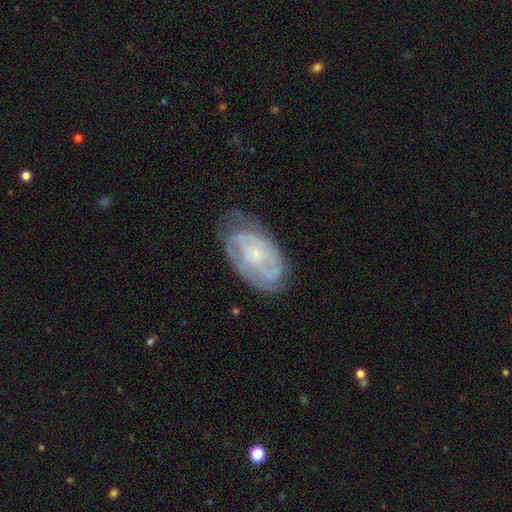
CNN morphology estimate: The model was most divided on "spiral arm count": can't tell: 37%, 2: 32%, 3: 15%, 4: 7%, 1: 5%, more than 4: 4%. More confident: edge-on disk — no (96%); spiral arms — yes (91%); smooth or featured — featured or disk (77%); merging — none (72%); bar — no (70%); spiral winding — tight (70%); bulge size — small (63%).